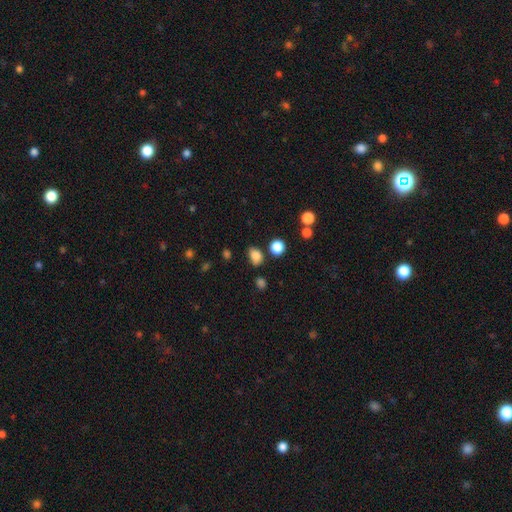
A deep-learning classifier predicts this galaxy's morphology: Smooth or featured?
  - smooth: 82% *
  - star or artifact: 12%
  - featured or disk: 5%
How rounded?
  - in between: 67% *
  - round: 32%
  - cigar-shaped: 1%
Merging?
  - none: 74% *
  - minor disturbance: 17%
  - merger: 5%
  - major disturbance: 4%